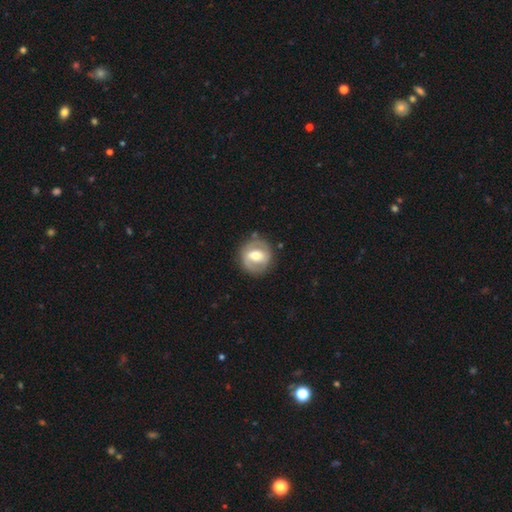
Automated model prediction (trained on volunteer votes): Morphology: type=featured or disk (58%); edge-on=no (95%); bar=weak (40%); spiral arms=yes (51%); bulge=moderate (70%); merging=none (81%).